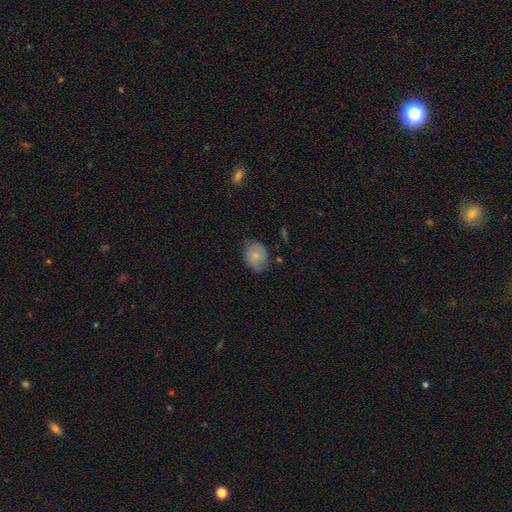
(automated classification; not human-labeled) Morphology: type=smooth (77%); roundness=in between (57%); merging=none (69%).